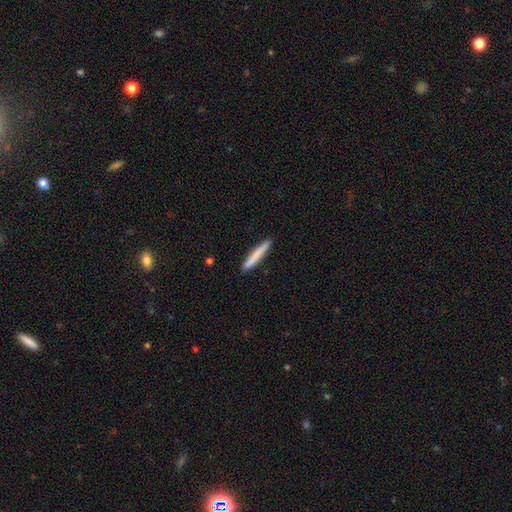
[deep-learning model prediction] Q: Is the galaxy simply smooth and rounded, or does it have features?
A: smooth — 78%.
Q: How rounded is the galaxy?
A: cigar-shaped — 96%.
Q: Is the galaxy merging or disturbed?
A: none — 91%.